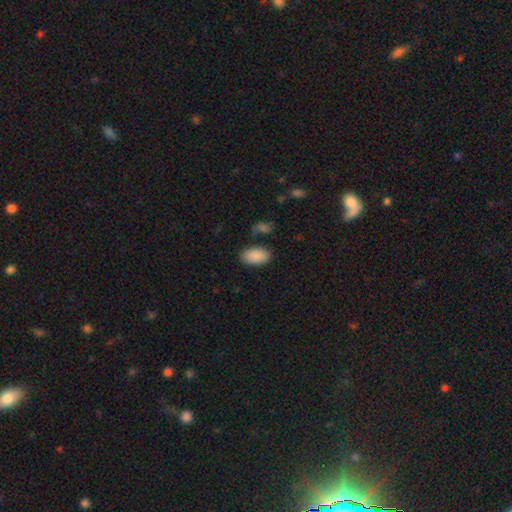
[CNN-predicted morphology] Smooth or featured? Predicted: smooth (p=0.89). How rounded? Predicted: in between (p=0.95). Merging? Predicted: none (p=0.79).